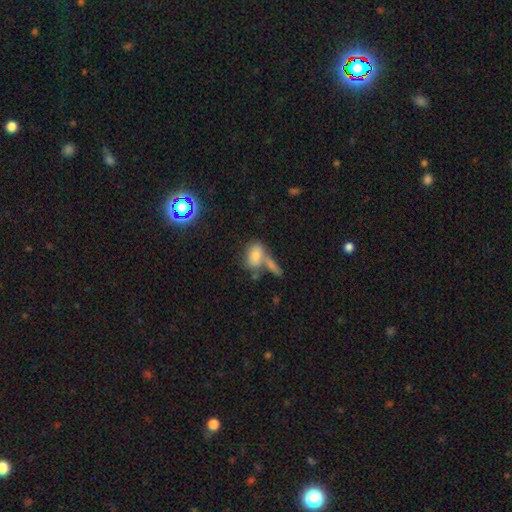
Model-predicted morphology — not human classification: Smooth or featured? smooth (71%)
How rounded? in between (82%)
Merging? merger (42%)